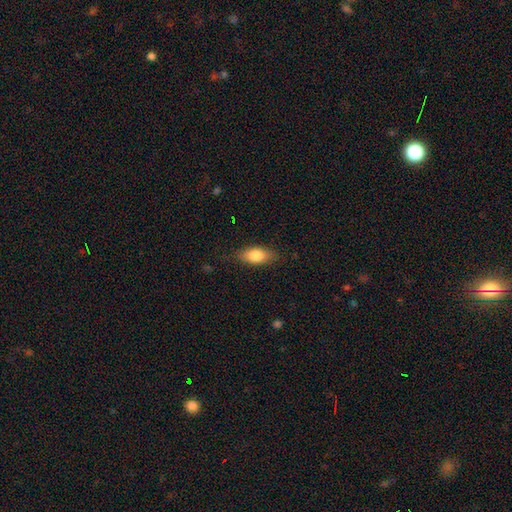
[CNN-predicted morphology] The model was most divided on "smooth or featured": smooth: 80%, featured or disk: 13%, star or artifact: 7%. More confident: how rounded — in between (85%); merging — none (82%).